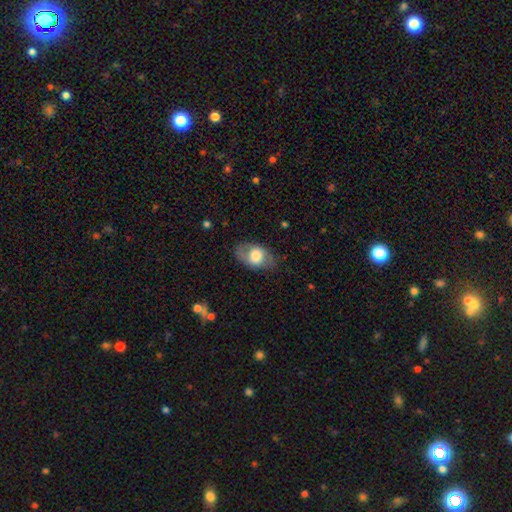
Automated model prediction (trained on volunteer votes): Smooth or featured?
  - smooth: 60% *
  - featured or disk: 34%
  - star or artifact: 7%
How rounded?
  - in between: 83% *
  - round: 16%
  - cigar-shaped: 2%
Merging?
  - none: 74% *
  - minor disturbance: 17%
  - major disturbance: 7%
  - merger: 1%